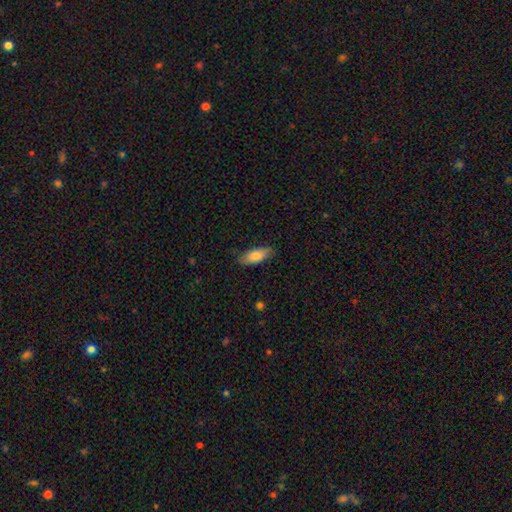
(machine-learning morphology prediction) A smooth galaxy with no disk features (76%) that is in between round and cigar-shaped (74%). Merging: none (82%).